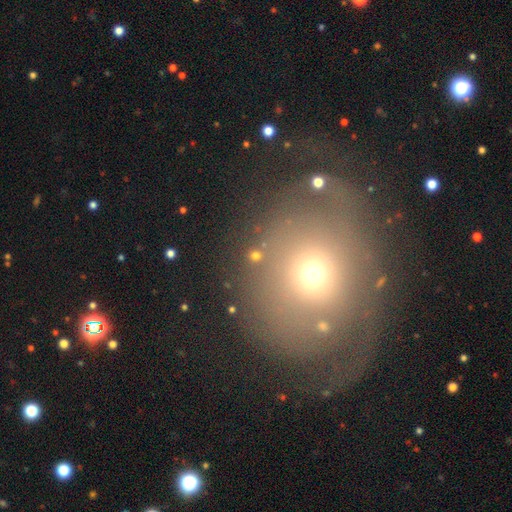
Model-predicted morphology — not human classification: Smooth or featured? Predicted: smooth (p=0.58). How rounded? Predicted: round (p=0.84). Merging? Predicted: none (p=0.80).